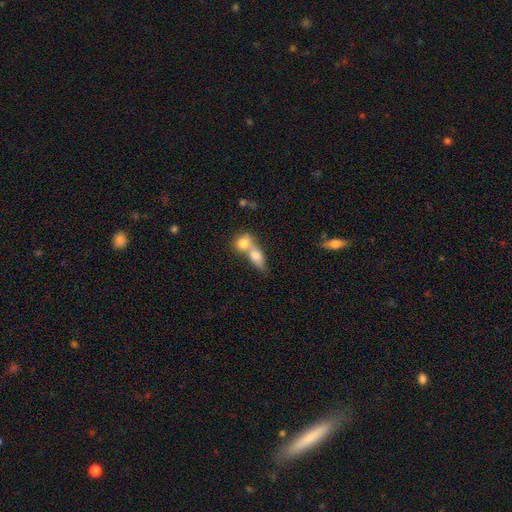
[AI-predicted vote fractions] smooth_or_featured: smooth (p=0.77) [alt: featured or disk p=0.16]
how_rounded: in between (p=0.64) [alt: round p=0.27]
merging: merger (p=0.71) [alt: none p=0.19]